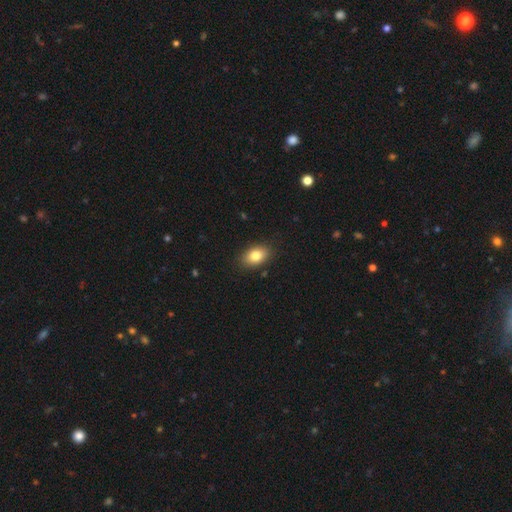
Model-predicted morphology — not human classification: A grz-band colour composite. It shows a smooth galaxy with no disk features (82%) that is in between round and cigar-shaped (84%). Merging: none (87%).